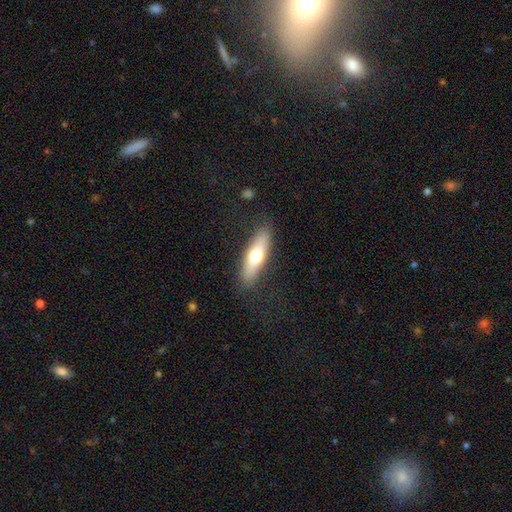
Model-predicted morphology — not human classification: type=smooth (61%); roundness=cigar-shaped (57%); merging=none (86%).